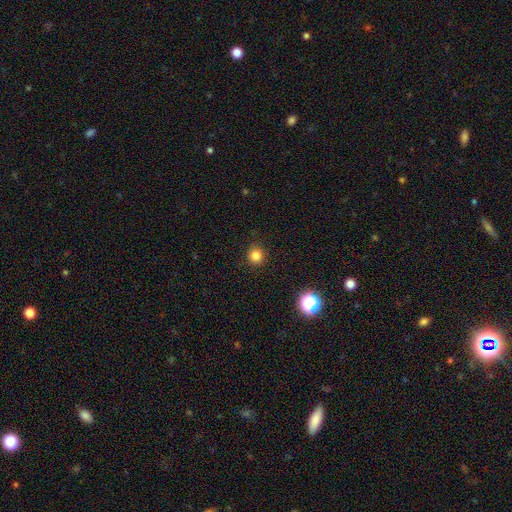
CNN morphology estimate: Smooth or featured?
  - smooth: 82% *
  - star or artifact: 13%
  - featured or disk: 4%
How rounded?
  - round: 93% *
  - in between: 6%
  - cigar-shaped: 1%
Merging?
  - none: 91% *
  - minor disturbance: 6%
  - major disturbance: 2%
  - merger: 1%